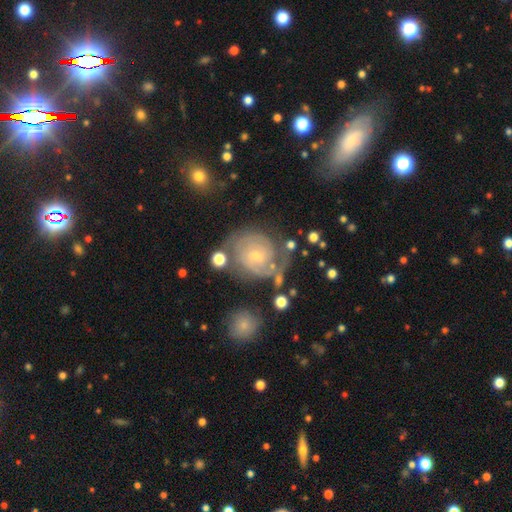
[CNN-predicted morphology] Smooth or featured? featured or disk (79%)
Edge-on disk? no (97%)
Bar? no (63%)
Spiral arms? yes (93%)
Spiral winding? tight (63%)
Spiral arm count? 2 (53%)
Bulge size? small (72%)
Merging? none (64%)